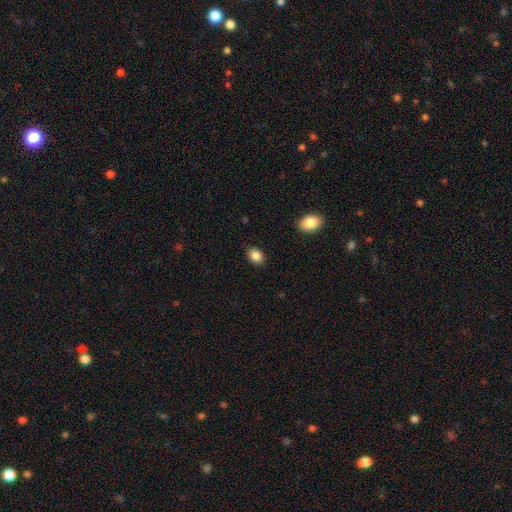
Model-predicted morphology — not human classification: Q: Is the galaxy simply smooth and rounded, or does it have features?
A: smooth — 87%.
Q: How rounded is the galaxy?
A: in between — 62%.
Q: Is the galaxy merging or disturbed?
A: none — 85%.